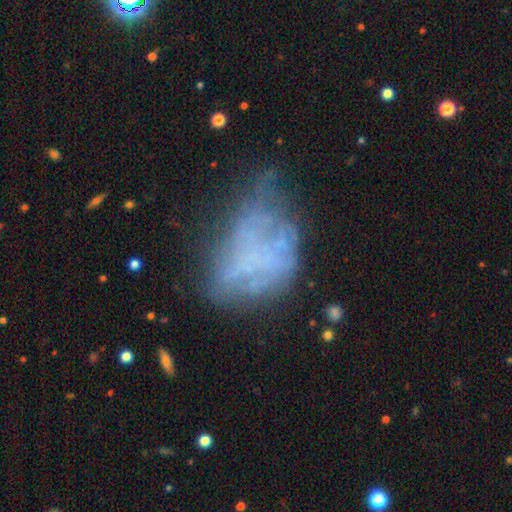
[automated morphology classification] Smooth or featured? Predicted: featured or disk (p=0.52). Edge-on disk? Predicted: no (p=0.97). Bar? Predicted: no (p=0.94). Spiral arms? Predicted: no (p=0.94). Bulge size? Predicted: none (p=0.86). Merging? Predicted: major disturbance (p=0.35).